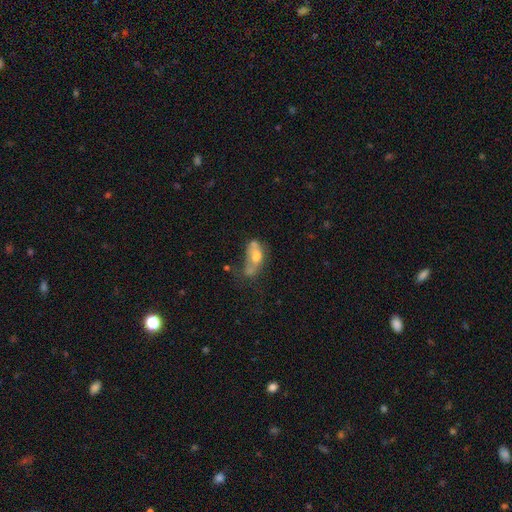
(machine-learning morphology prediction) Overall: smooth (50%; featured or disk 38%). How rounded: in between (80%). Merging: merger (33%; major disturbance 24%).